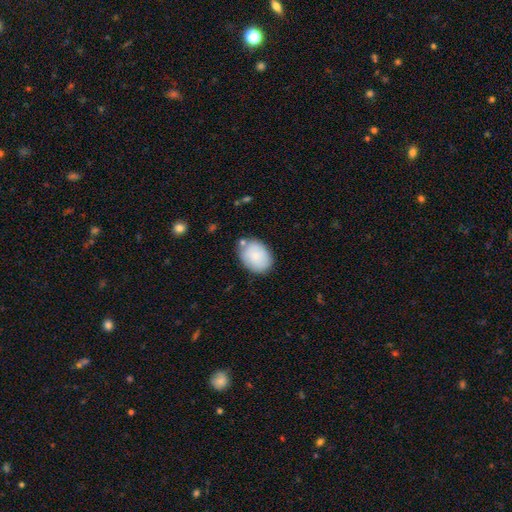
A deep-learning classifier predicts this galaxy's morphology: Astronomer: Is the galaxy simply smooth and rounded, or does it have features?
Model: smooth — 82%.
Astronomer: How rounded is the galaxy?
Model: in between — 76%.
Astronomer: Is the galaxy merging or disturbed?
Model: none — 72%.